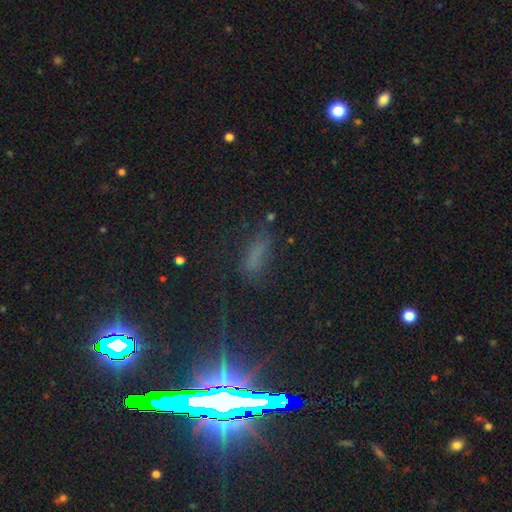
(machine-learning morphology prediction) type=star or artifact (44%).